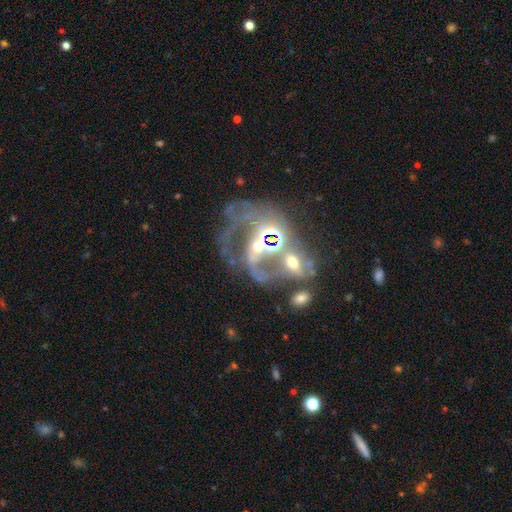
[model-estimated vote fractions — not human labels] A featured or disk galaxy (71%) with no bar (50%), spiral arms (64%) and a moderate central bulge (48%).

Vote fractions:
- Smooth or featured? featured or disk: 71% / star or artifact: 18% / smooth: 12%
- Edge-on disk? no: 97% / yes: 3%
- Bar? no: 50% / weak: 28% / strong: 22%
- Spiral arms? yes: 64% / no: 36%
- Bulge size? moderate: 48% / small: 31% / none: 11% / large: 7% / dominant: 3%
- Merging? merger: 47% / major disturbance: 26% / none: 17% / minor disturbance: 9%